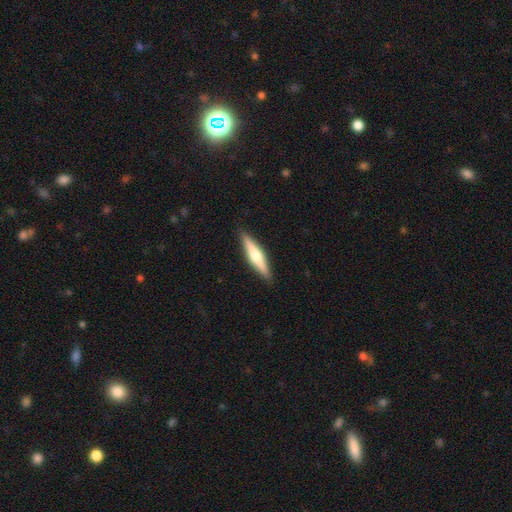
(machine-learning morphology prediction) Q: Smooth or featured?
A: featured or disk (51%); runner-up: smooth (44%)
Q: Edge-on disk?
A: yes (96%); runner-up: no (4%)
Q: Merging?
A: none (90%); runner-up: minor disturbance (7%)